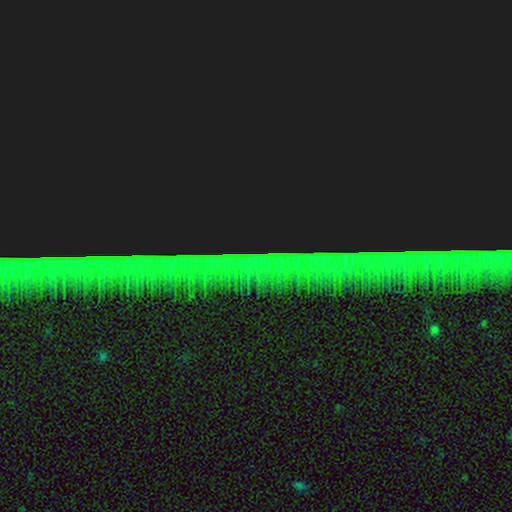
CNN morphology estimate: smooth-or-featured: star or artifact: 86% | featured or disk: 8% | smooth: 7%